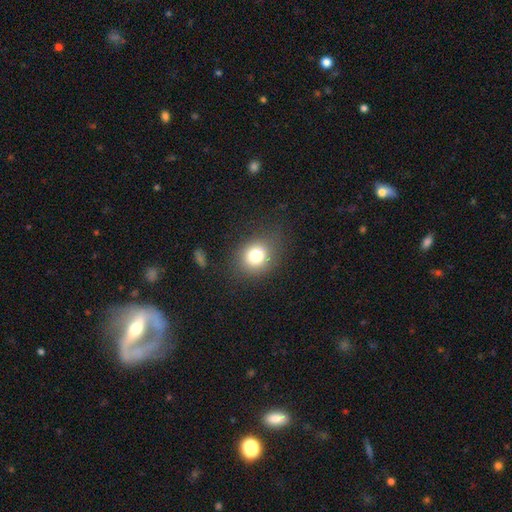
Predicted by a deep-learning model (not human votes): Q: Smooth or featured?
A: smooth (78%); runner-up: star or artifact (12%)
Q: How rounded?
A: round (72%); runner-up: in between (27%)
Q: Merging?
A: none (79%); runner-up: minor disturbance (14%)